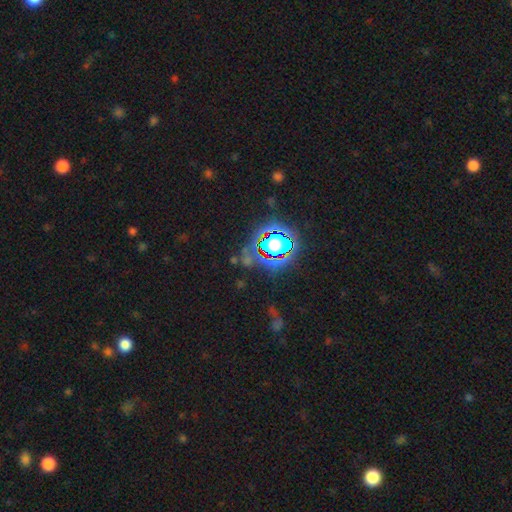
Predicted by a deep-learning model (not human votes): A star or artifact, not a galaxy (82%).

Vote fractions:
- Smooth or featured? star or artifact: 82% / smooth: 10% / featured or disk: 8%